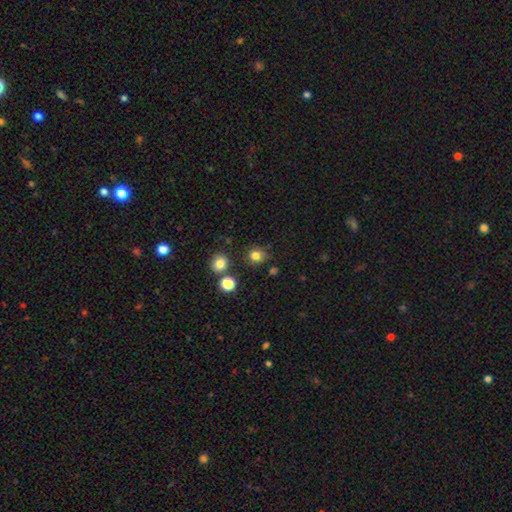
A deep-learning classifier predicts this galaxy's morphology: smooth 79%, star or artifact 15%, featured or disk 6%. Down the decision tree: how rounded — round (86%); merging — none (80%).